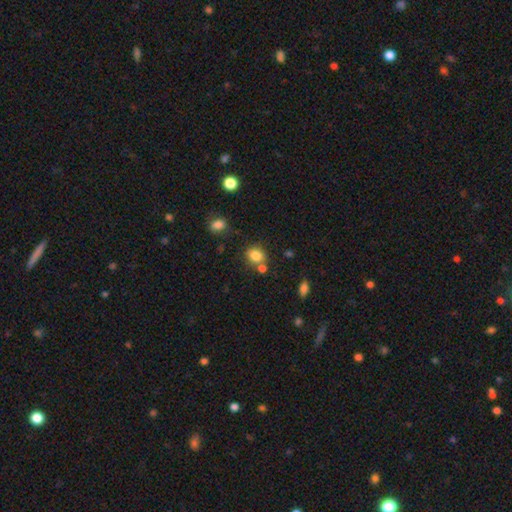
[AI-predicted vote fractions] Q: Smooth or featured?
A: smooth (82%); runner-up: star or artifact (11%)
Q: How rounded?
A: round (61%); runner-up: in between (38%)
Q: Merging?
A: none (66%); runner-up: merger (18%)